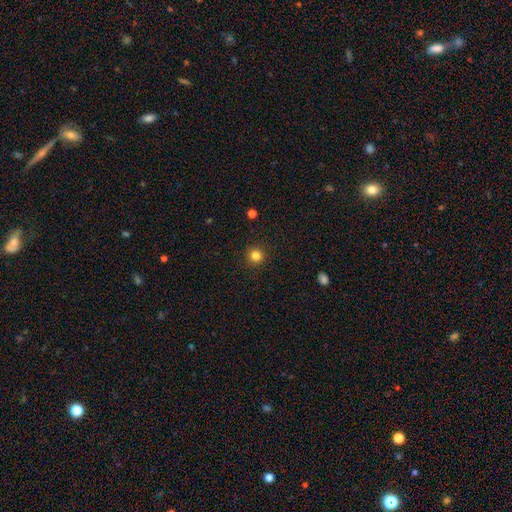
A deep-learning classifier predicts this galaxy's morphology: Smooth or featured: smooth — 82% (star or artifact — 13%)
How rounded: round — 95% (in between — 4%)
Merging: none — 92% (minor disturbance — 5%)